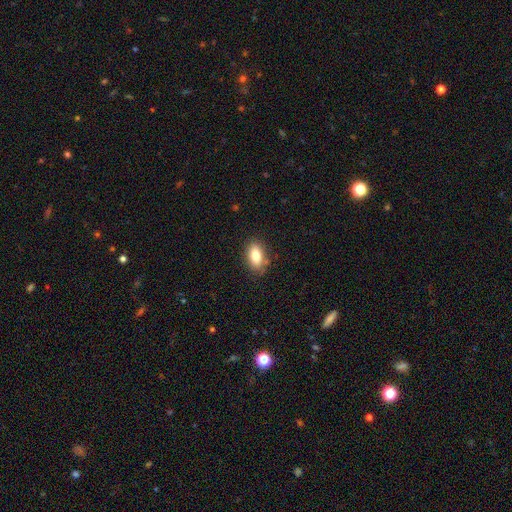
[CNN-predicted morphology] type=smooth (81%); roundness=in between (89%); merging=none (83%).